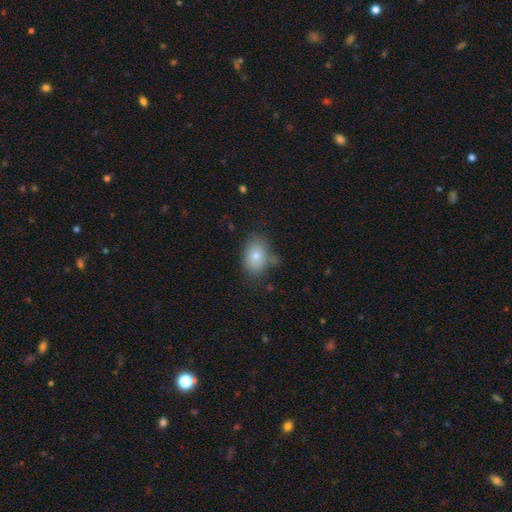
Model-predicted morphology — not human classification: Smooth or featured? Predicted: smooth (p=0.77). How rounded? Predicted: in between (p=0.77). Merging? Predicted: none (p=0.66).